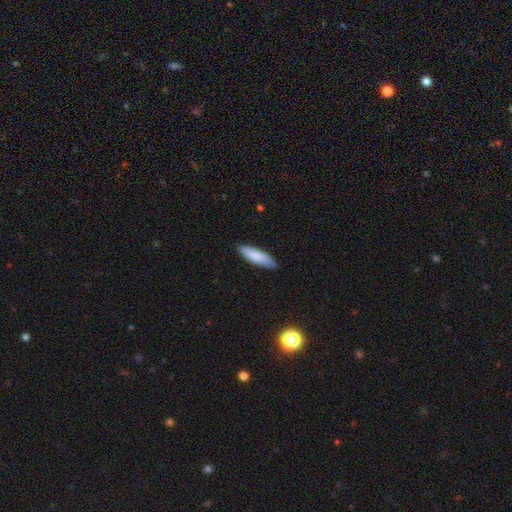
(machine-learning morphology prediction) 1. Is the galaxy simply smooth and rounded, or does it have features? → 85% smooth, 10% featured or disk, 5% star or artifact.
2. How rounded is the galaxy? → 56% cigar-shaped, 42% in between, 1% round.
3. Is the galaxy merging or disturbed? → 85% none, 12% minor disturbance, 2% major disturbance, 1% merger.